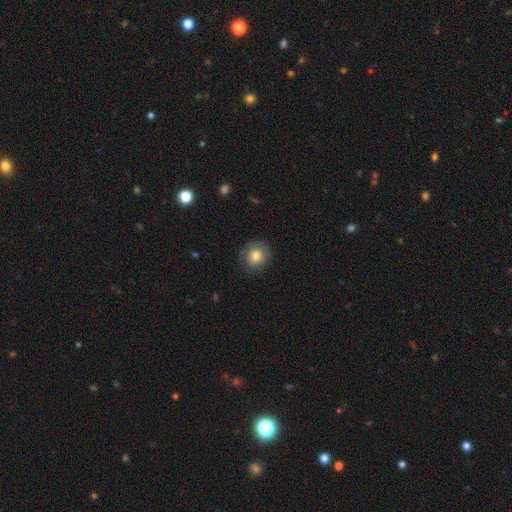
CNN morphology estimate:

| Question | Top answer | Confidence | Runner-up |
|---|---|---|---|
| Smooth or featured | smooth | 74% | featured or disk (17%) |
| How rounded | round | 83% | in between (16%) |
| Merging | none | 79% | minor disturbance (15%) |